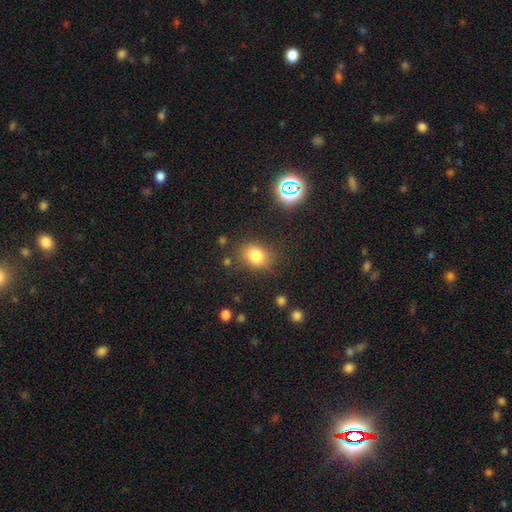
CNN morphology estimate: Q: Smooth or featured?
A: smooth (79%); runner-up: star or artifact (13%)
Q: How rounded?
A: in between (55%); runner-up: round (44%)
Q: Merging?
A: none (79%); runner-up: minor disturbance (13%)